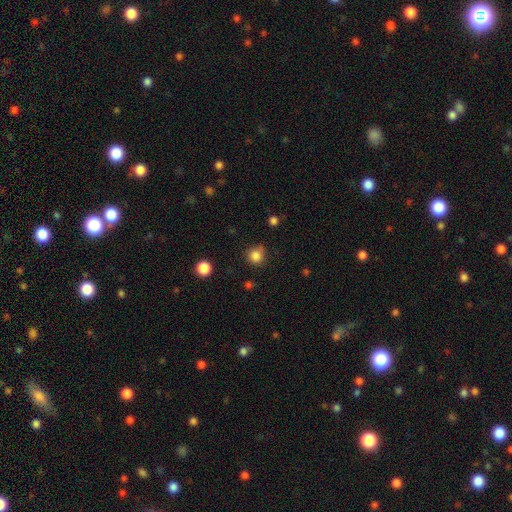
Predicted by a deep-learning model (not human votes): This appears to be a smooth galaxy with no disk features (84%) that is round (90%). Merging: none (77%).